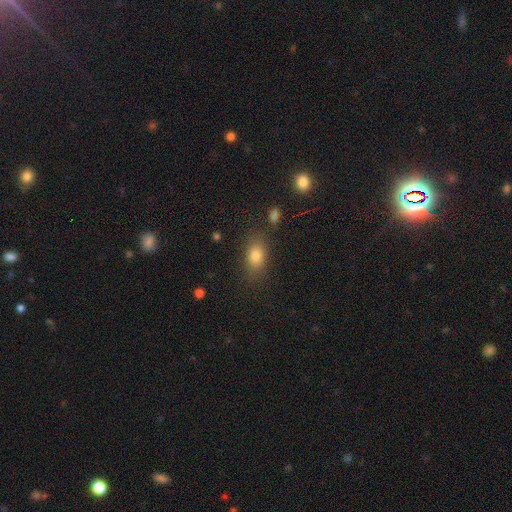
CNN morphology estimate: This appears to be a smooth galaxy with no disk features (79%) that is in between round and cigar-shaped (80%). Merging: none (80%).